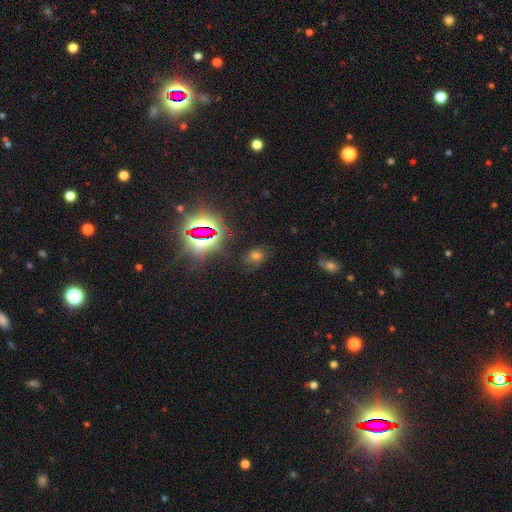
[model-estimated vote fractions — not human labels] smooth_or_featured: star or artifact (p=0.47) [alt: smooth p=0.39]